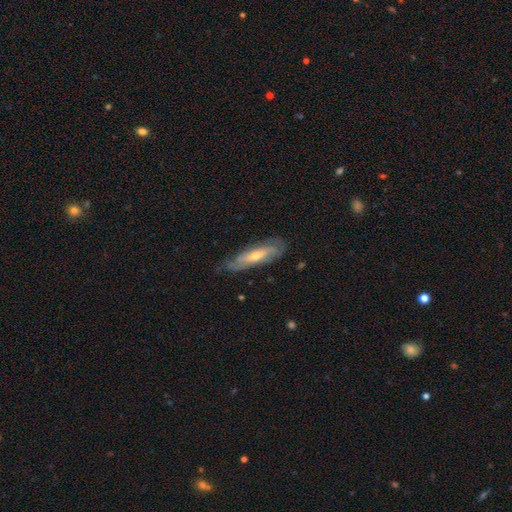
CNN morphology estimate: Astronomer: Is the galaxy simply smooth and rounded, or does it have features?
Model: featured or disk — 65%.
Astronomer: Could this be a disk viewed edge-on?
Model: no — 60% (runner-up: yes, 40%).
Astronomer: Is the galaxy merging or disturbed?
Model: none — 70%.